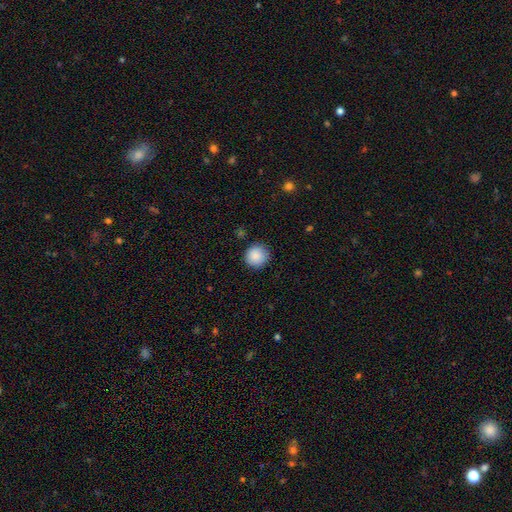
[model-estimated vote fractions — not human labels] Morphology: type=smooth (88%); roundness=round (93%); merging=none (88%).